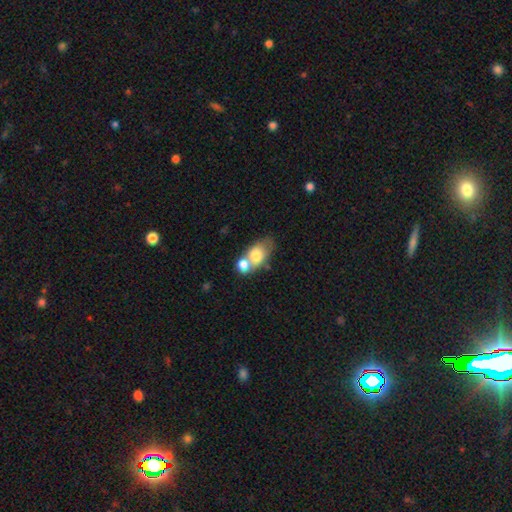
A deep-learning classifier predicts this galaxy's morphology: Smooth or featured: smooth — 73% (featured or disk — 20%)
How rounded: in between — 77% (round — 19%)
Merging: merger — 56% (none — 27%)